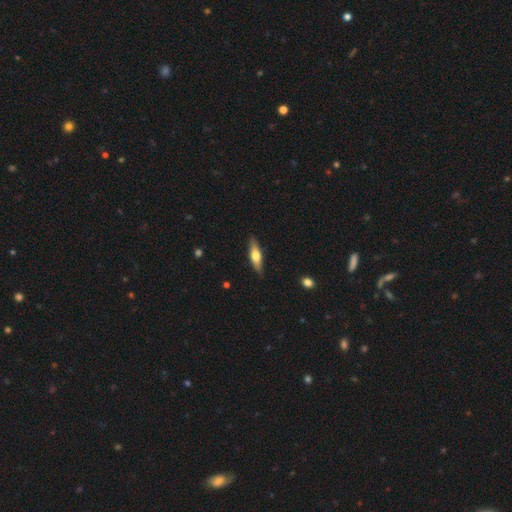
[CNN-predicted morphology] The model was most divided on "smooth or featured": smooth: 51%, featured or disk: 44%, star or artifact: 5%. More confident: merging — none (87%); how rounded — cigar-shaped (64%).